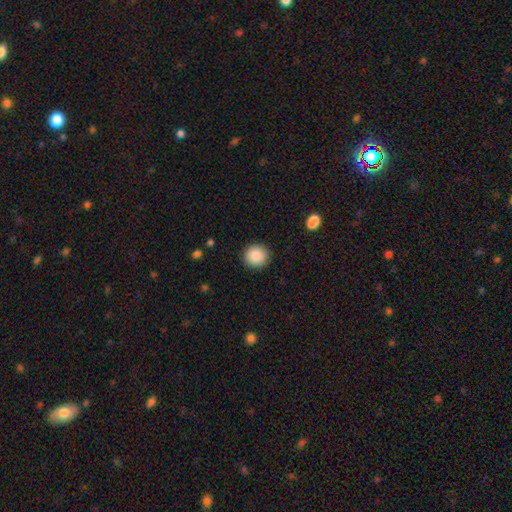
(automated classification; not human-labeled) Smooth or featured: smooth — 89% (star or artifact — 8%)
How rounded: round — 90% (in between — 9%)
Merging: none — 91% (minor disturbance — 6%)